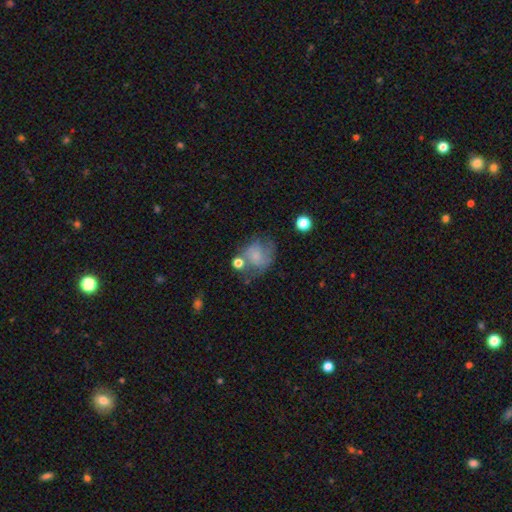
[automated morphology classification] A smooth galaxy with no disk features (49%). Merging: none (43%).